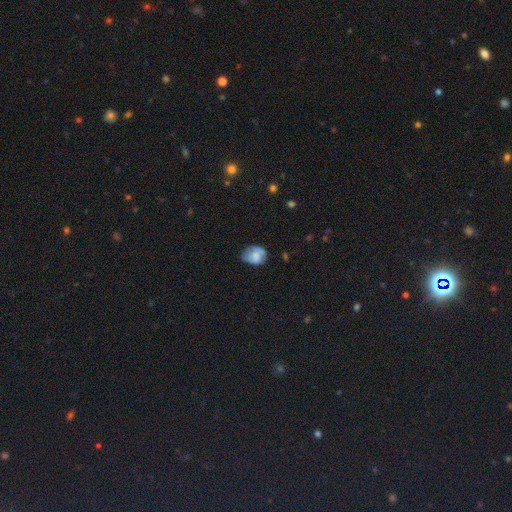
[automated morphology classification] This appears to be a smooth galaxy with no disk features (65%) that is in between round and cigar-shaped (58%). Merging: none (45%).